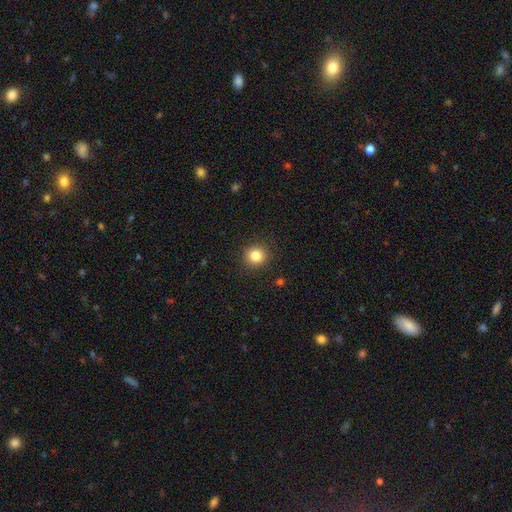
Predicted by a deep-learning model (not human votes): Overall: smooth (83%). How rounded: round (91%). Merging: none (91%).